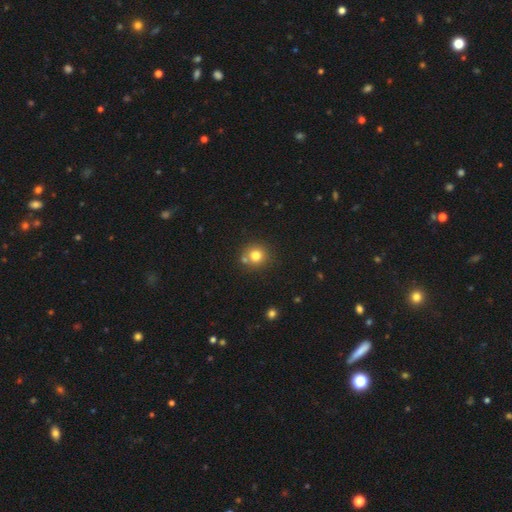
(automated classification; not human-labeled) Q: Smooth or featured?
A: smooth (78%); runner-up: star or artifact (13%)
Q: How rounded?
A: round (90%); runner-up: in between (9%)
Q: Merging?
A: none (70%); runner-up: merger (17%)